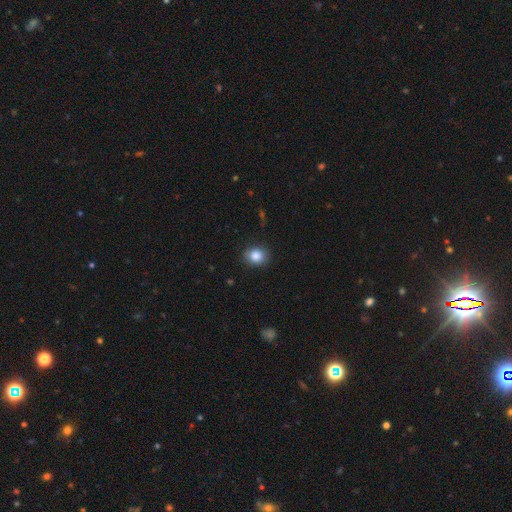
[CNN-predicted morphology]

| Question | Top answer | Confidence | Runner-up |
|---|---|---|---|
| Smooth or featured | smooth | 86% | star or artifact (9%) |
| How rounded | round | 68% | in between (31%) |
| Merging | none | 86% | minor disturbance (11%) |